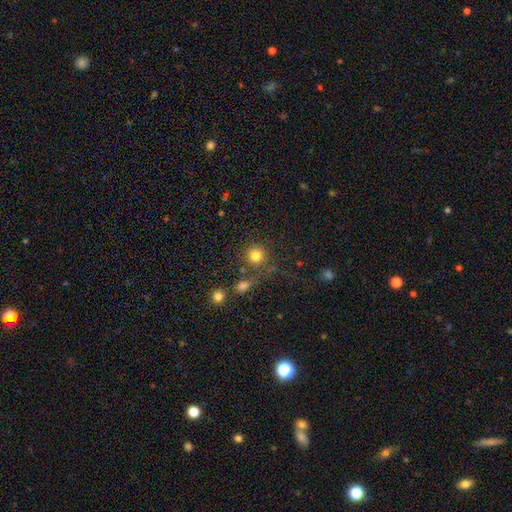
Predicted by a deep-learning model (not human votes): Smooth or featured? Predicted: smooth (p=0.80). How rounded? Predicted: round (p=0.92). Merging? Predicted: none (p=0.71).